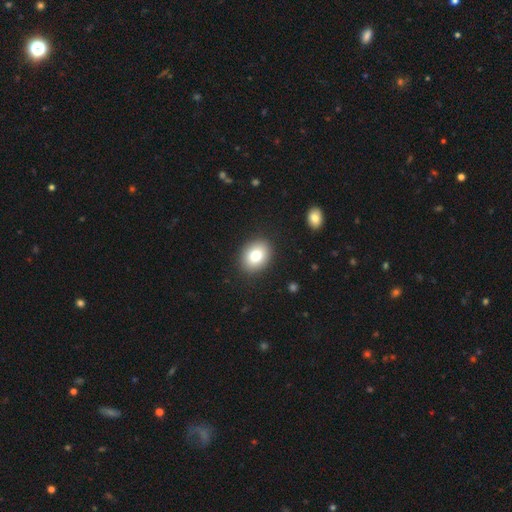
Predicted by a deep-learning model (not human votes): smooth 78%, featured or disk 12%, star or artifact 10%. Down the decision tree: how rounded — in between (54%); merging — none (89%).